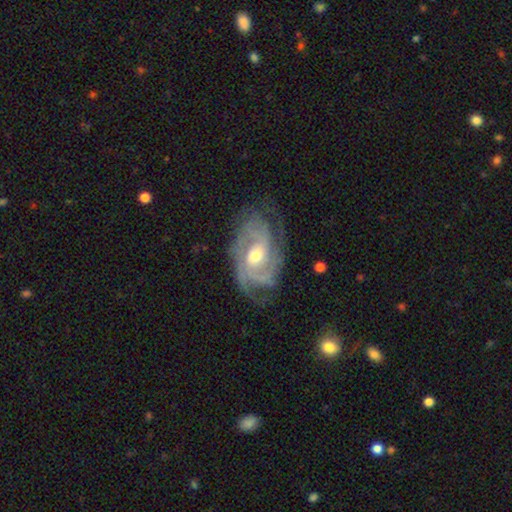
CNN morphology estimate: Smooth or featured? featured or disk (88%)
Edge-on disk? no (96%)
Bar? no (57%)
Spiral arms? yes (96%)
Spiral winding? tight (57%)
Spiral arm count? 3 (29%)
Bulge size? moderate (64%)
Merging? none (69%)